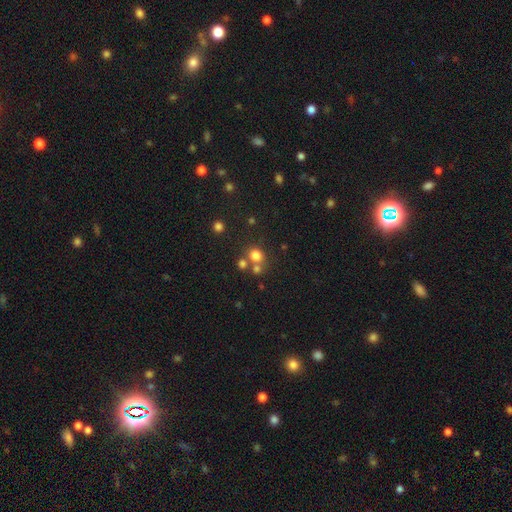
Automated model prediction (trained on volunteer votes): Morphology: type=smooth (74%); roundness=round (80%); merging=none (58%).